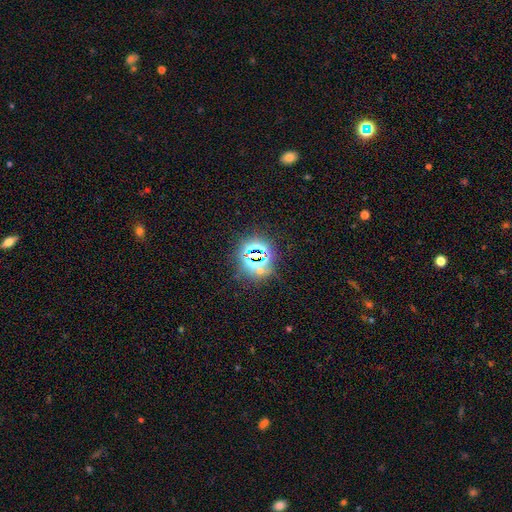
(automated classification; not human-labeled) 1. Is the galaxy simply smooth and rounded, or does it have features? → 75% star or artifact, 16% smooth, 9% featured or disk.